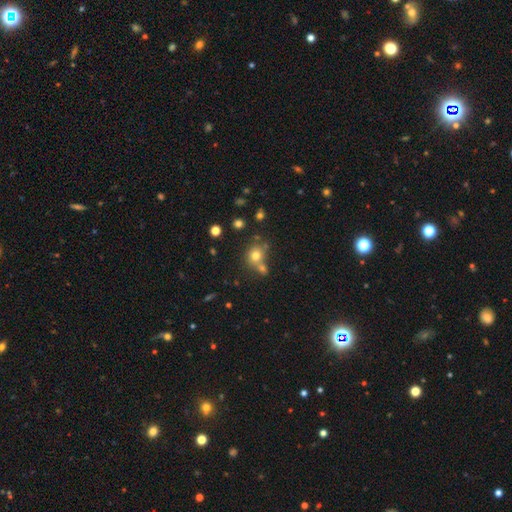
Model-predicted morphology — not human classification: Smooth or featured? smooth (74%)
How rounded? round (78%)
Merging? none (53%)